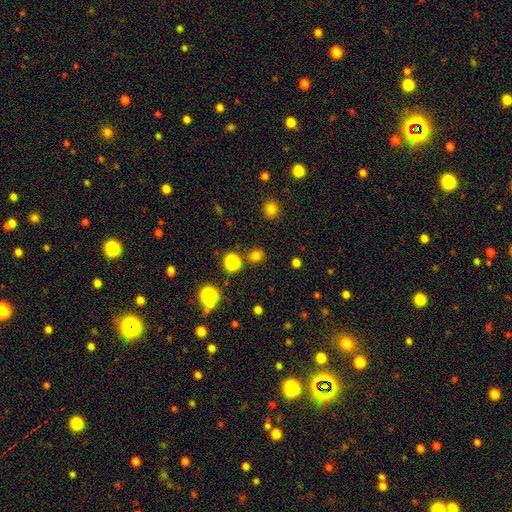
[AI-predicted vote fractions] Q: Smooth or featured?
A: smooth (75%); runner-up: star or artifact (21%)
Q: How rounded?
A: round (86%); runner-up: in between (13%)
Q: Merging?
A: none (83%); runner-up: minor disturbance (8%)